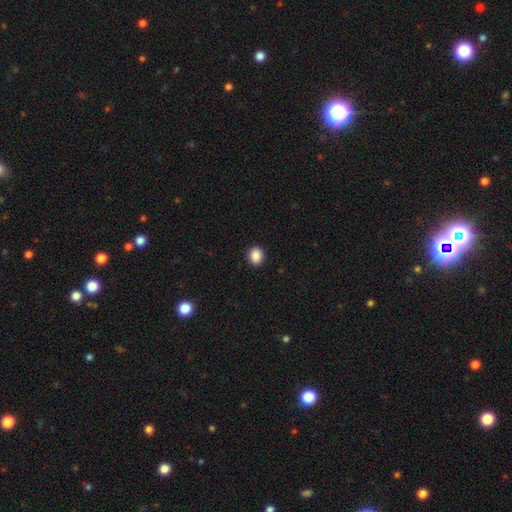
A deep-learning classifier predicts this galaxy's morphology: Smooth or featured? smooth (88%)
How rounded? round (66%)
Merging? none (91%)